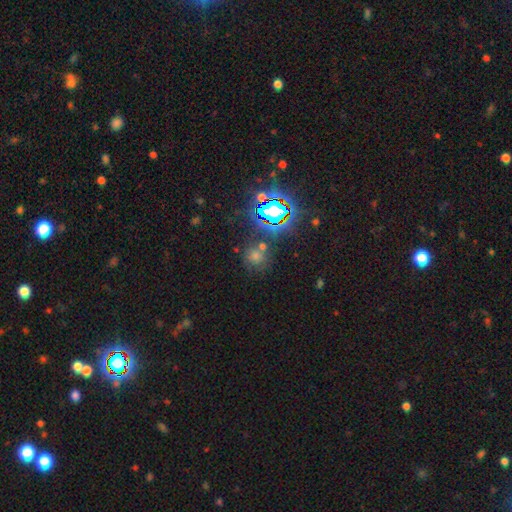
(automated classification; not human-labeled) Smooth or featured: star or artifact — 49% (smooth — 41%)